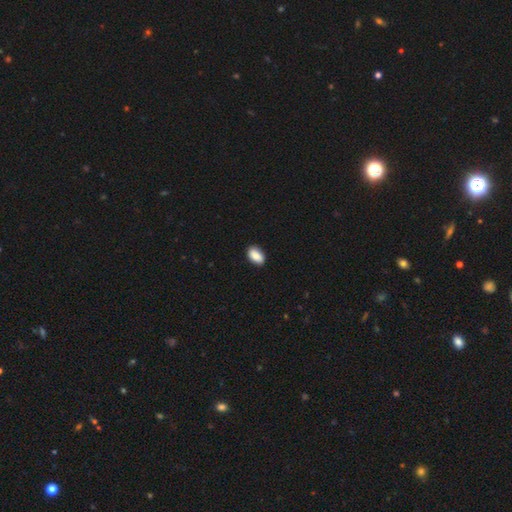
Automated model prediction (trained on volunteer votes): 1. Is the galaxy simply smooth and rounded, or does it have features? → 88% smooth, 7% star or artifact, 5% featured or disk.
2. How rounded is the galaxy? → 92% in between, 6% round, 2% cigar-shaped.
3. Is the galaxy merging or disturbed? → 87% none, 11% minor disturbance, 2% major disturbance, 1% merger.